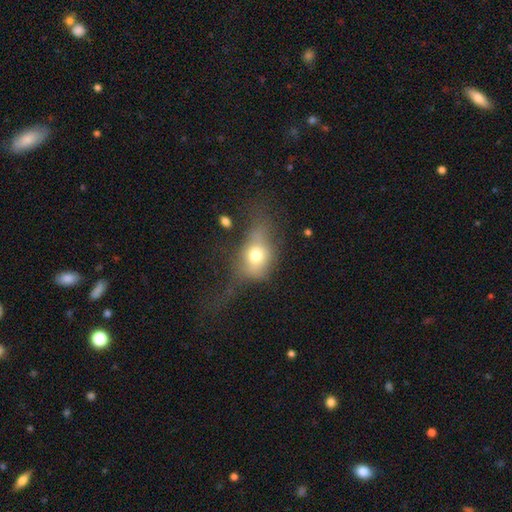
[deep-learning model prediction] This appears to be a smooth galaxy with no disk features (64%) that is in between round and cigar-shaped (57%). Merging: major disturbance (41%).